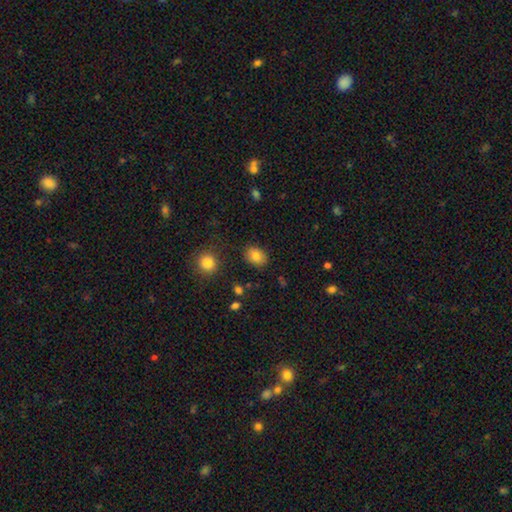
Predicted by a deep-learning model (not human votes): Smooth or featured: smooth — 83% (star or artifact — 10%)
How rounded: in between — 60% (round — 40%)
Merging: none — 83% (minor disturbance — 11%)